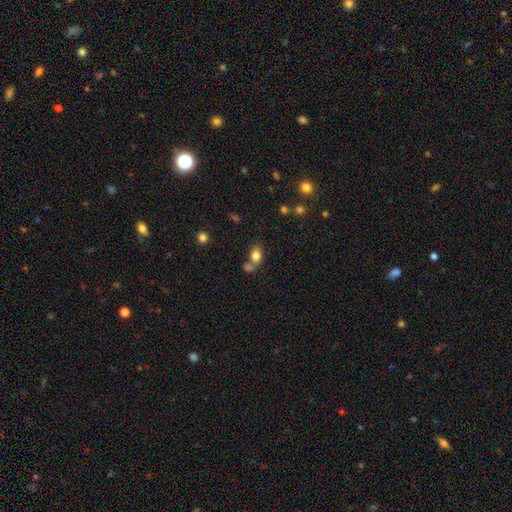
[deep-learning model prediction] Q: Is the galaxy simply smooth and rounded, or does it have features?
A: smooth — 80%.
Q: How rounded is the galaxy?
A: in between — 81%.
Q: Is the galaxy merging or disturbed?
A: none — 48%.